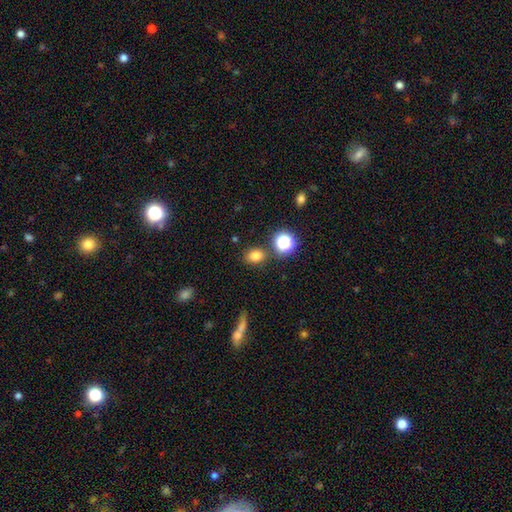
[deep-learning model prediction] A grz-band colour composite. It shows a smooth galaxy with no disk features (78%) that is in between round and cigar-shaped (53%). Merging: none (79%).